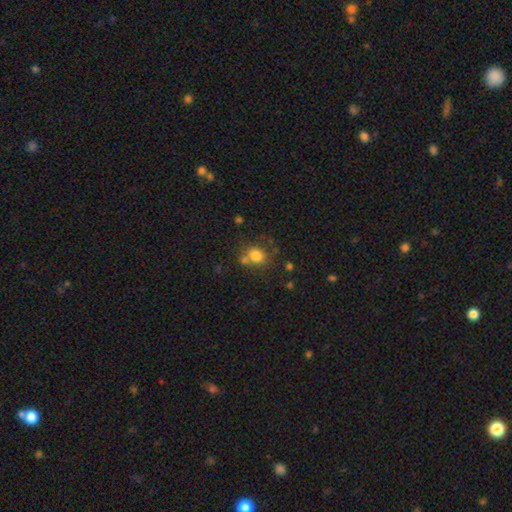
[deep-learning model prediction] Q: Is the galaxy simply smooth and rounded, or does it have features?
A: smooth — 78%.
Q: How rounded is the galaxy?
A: round — 73%.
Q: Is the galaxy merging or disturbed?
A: none — 59%.